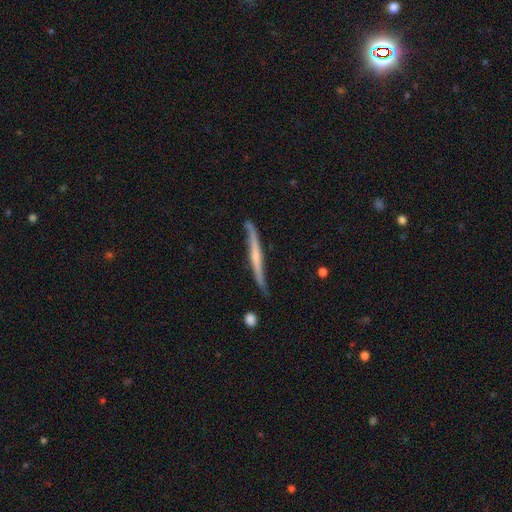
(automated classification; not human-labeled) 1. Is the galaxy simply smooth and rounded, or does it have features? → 66% featured or disk, 29% smooth, 5% star or artifact.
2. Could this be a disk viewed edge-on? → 89% yes, 11% no.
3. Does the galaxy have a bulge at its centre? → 55% none, 34% rounded, 11% boxy.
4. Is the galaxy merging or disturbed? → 66% none, 26% minor disturbance, 5% major disturbance, 3% merger.